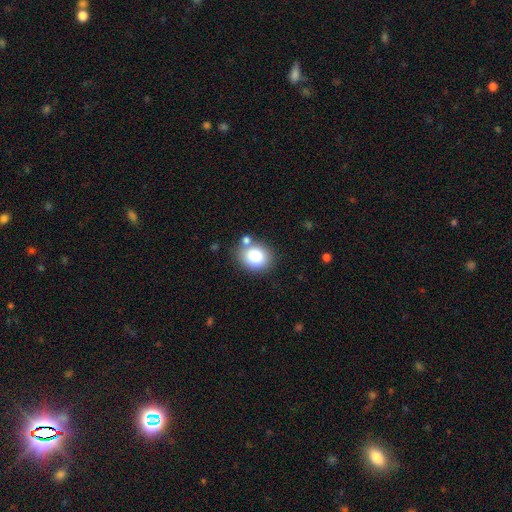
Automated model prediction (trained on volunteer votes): Smooth or featured? smooth (82%)
How rounded? round (60%)
Merging? none (72%)